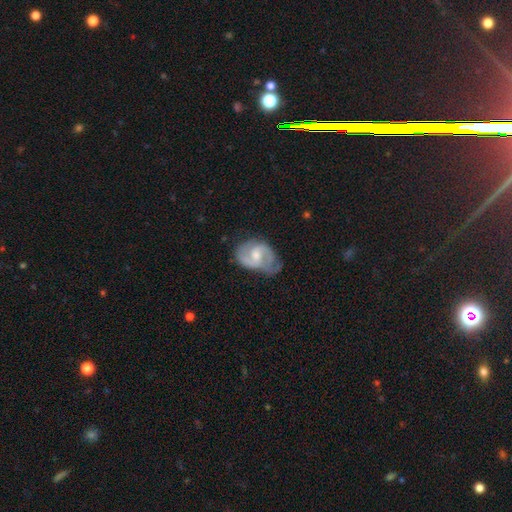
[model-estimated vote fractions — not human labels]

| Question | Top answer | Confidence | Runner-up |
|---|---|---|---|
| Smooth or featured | featured or disk | 77% | smooth (18%) |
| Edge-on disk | no | 97% | yes (3%) |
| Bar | weak | 47% | no (44%) |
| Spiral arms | yes | 92% | no (8%) |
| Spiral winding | medium | 53% | tight (26%) |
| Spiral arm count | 2 | 81% | can't tell (10%) |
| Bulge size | moderate | 55% | small (35%) |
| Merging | none | 50% | minor disturbance (32%) |